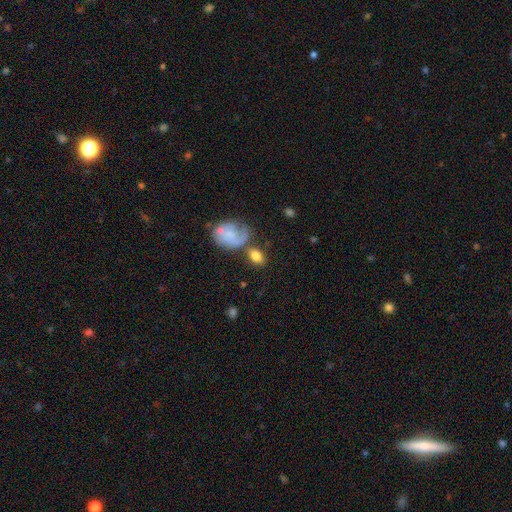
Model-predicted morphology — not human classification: smooth-or-featured: smooth: 76% | featured or disk: 16% | star or artifact: 8%
  how-rounded: in between: 74% | round: 23% | cigar-shaped: 2%
  merging: none: 56% | minor disturbance: 18% | merger: 17% | major disturbance: 9%